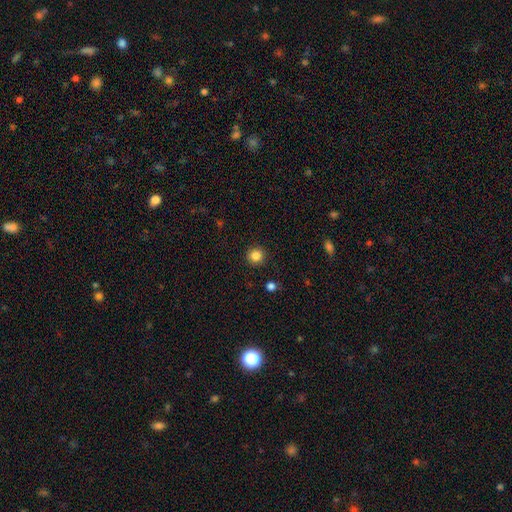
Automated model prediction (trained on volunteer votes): Morphology: type=smooth (86%); roundness=round (94%); merging=none (91%).